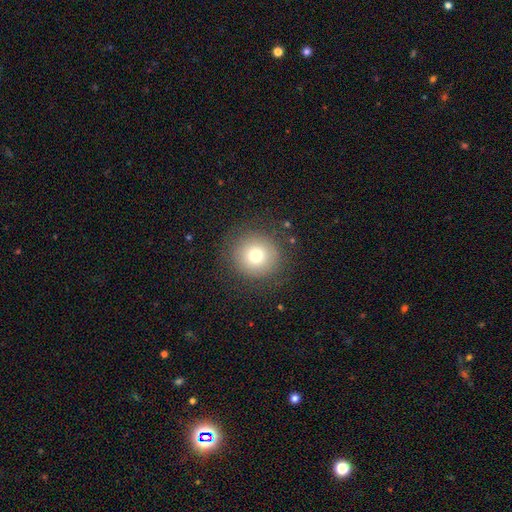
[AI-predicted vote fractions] smooth_or_featured: smooth (p=0.74) [alt: featured or disk p=0.13]
how_rounded: round (p=0.94) [alt: in between p=0.05]
merging: none (p=0.85) [alt: minor disturbance p=0.09]